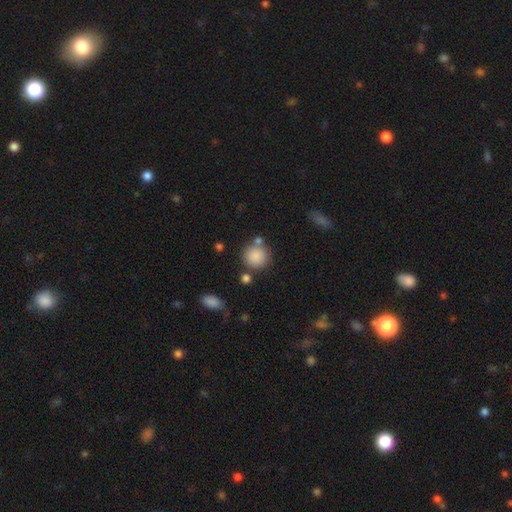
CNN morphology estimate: Q: Smooth or featured?
A: smooth (87%); runner-up: star or artifact (8%)
Q: How rounded?
A: round (90%); runner-up: in between (9%)
Q: Merging?
A: none (71%); runner-up: merger (13%)